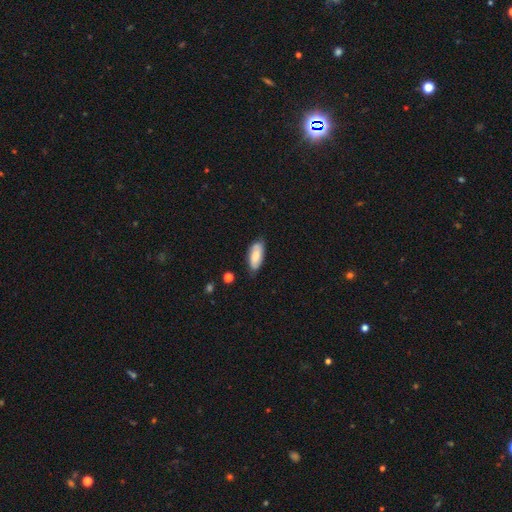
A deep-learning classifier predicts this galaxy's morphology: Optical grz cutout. It shows a smooth galaxy with no disk features (71%) that is in between round and cigar-shaped (84%). Merging: none (73%).